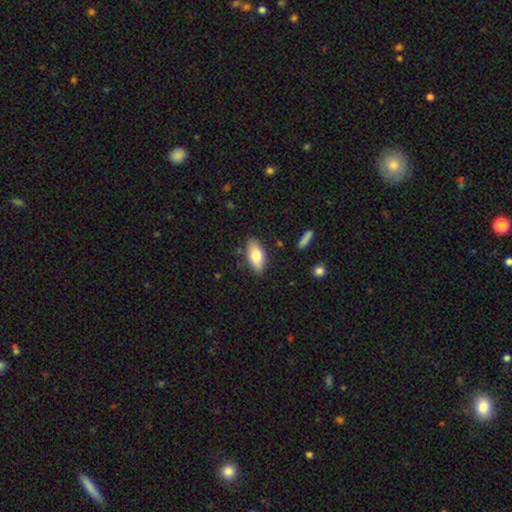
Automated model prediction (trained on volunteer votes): smooth-or-featured: smooth: 76% | featured or disk: 18% | star or artifact: 6%
  how-rounded: in between: 89% | cigar-shaped: 8% | round: 3%
  merging: none: 83% | minor disturbance: 13% | major disturbance: 2% | merger: 2%